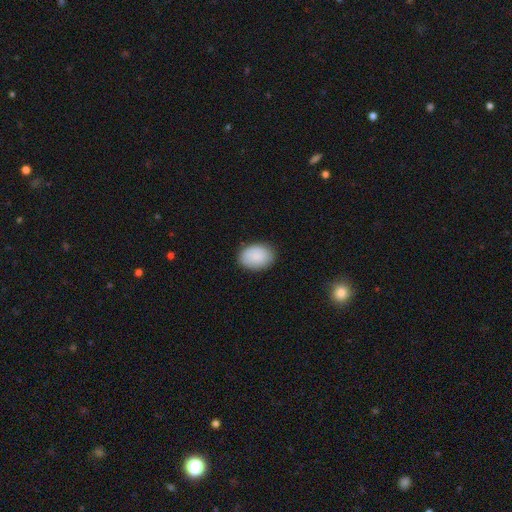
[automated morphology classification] A smooth galaxy with no disk features (89%) that is in between round and cigar-shaped (78%). Merging: none (85%).